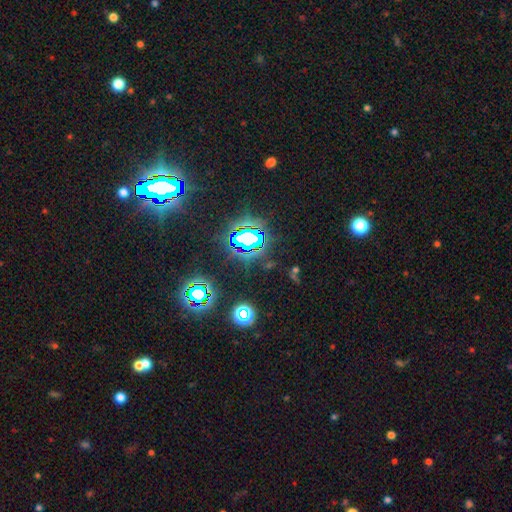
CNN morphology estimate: smooth_or_featured: star or artifact (p=0.81) [alt: smooth p=0.12]